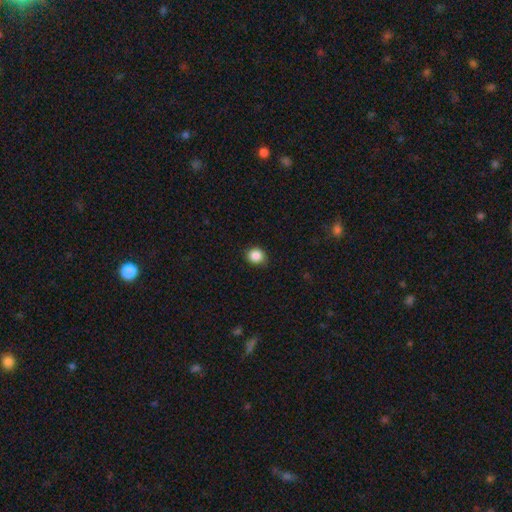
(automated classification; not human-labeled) A smooth galaxy with no disk features (86%) that is round (80%). Merging: none (84%).